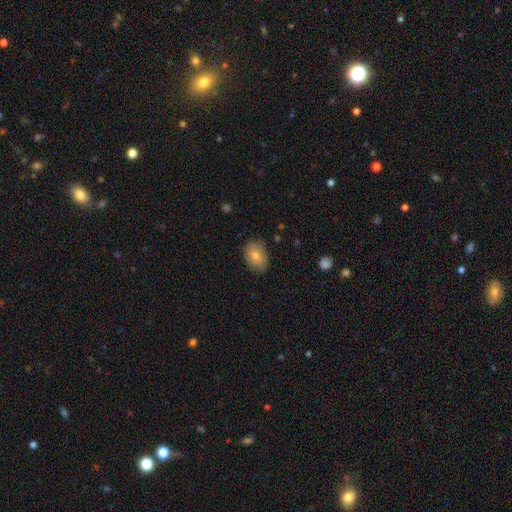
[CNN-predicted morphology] Smooth or featured?
  - smooth: 81% *
  - featured or disk: 11%
  - star or artifact: 7%
How rounded?
  - in between: 80% *
  - round: 18%
  - cigar-shaped: 1%
Merging?
  - none: 82% *
  - minor disturbance: 14%
  - major disturbance: 3%
  - merger: 1%